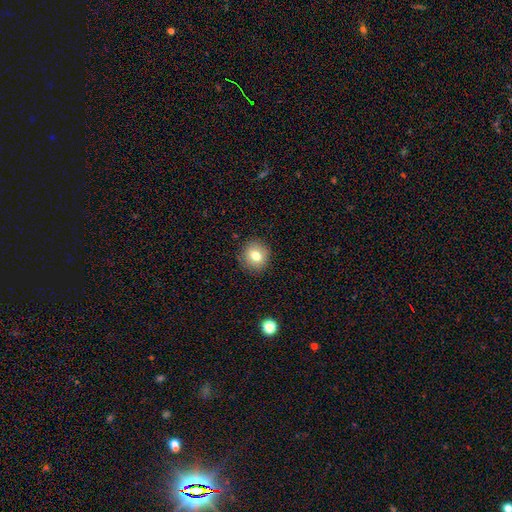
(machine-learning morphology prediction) smooth-or-featured: smooth: 76% | featured or disk: 14% | star or artifact: 10%
  how-rounded: round: 83% | in between: 16% | cigar-shaped: 1%
  merging: none: 88% | minor disturbance: 9% | major disturbance: 3% | merger: 1%